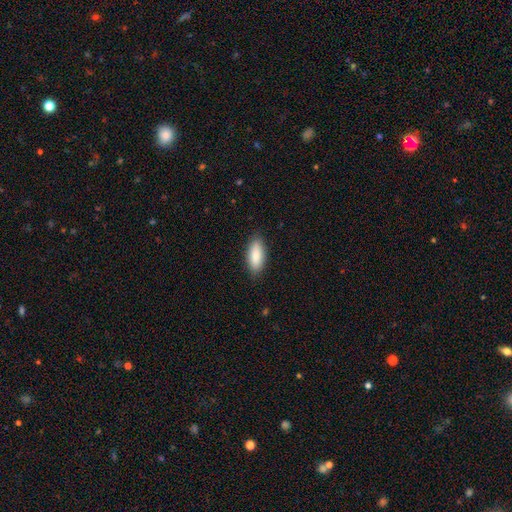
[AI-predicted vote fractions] This is clearly a smooth galaxy (87%). How rounded: likely in between (79%). Merging: clearly none (87%).